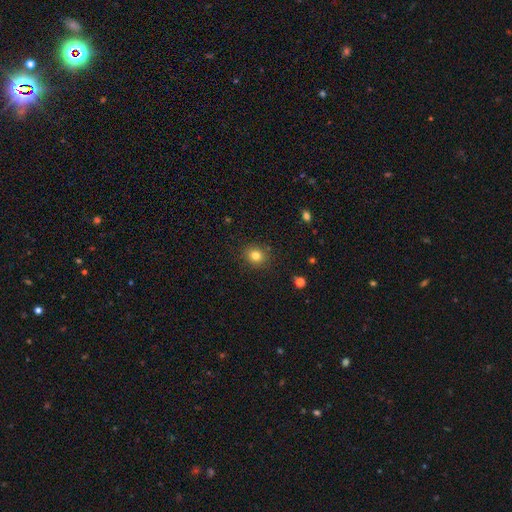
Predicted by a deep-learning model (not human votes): A smooth galaxy with no disk features (81%) that is round (80%).

Vote fractions:
- Smooth or featured? smooth: 81% / star or artifact: 12% / featured or disk: 7%
- How rounded? round: 80% / in between: 19% / cigar-shaped: 1%
- Merging? none: 89% / minor disturbance: 8% / major disturbance: 2% / merger: 1%